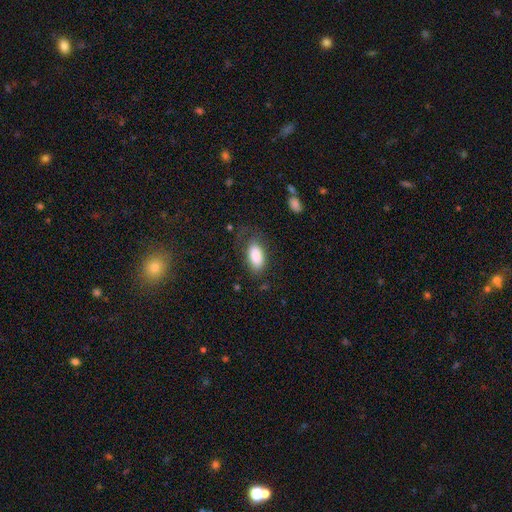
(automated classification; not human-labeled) smooth-or-featured: smooth: 85% | featured or disk: 9% | star or artifact: 6%
  how-rounded: in between: 93% | cigar-shaped: 4% | round: 3%
  merging: none: 65% | minor disturbance: 21% | major disturbance: 12% | merger: 2%